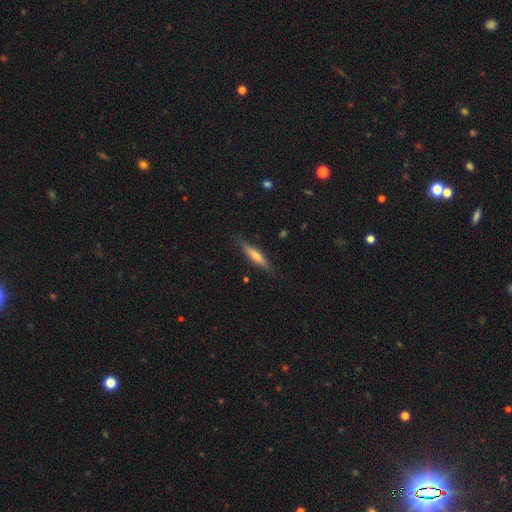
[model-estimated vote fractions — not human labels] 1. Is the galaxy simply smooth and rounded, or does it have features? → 47% smooth, 46% featured or disk, 6% star or artifact.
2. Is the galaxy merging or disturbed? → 86% none, 11% minor disturbance, 2% major disturbance, 1% merger.